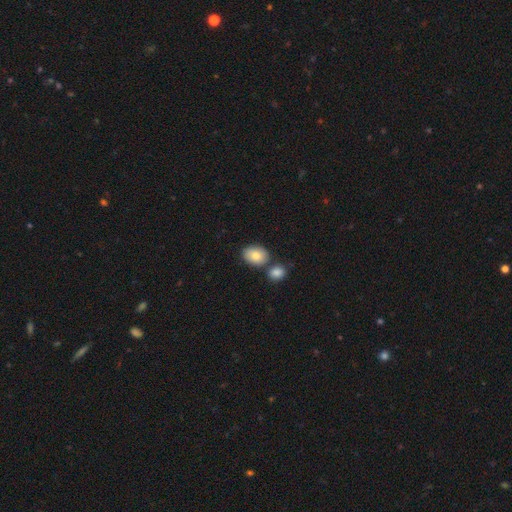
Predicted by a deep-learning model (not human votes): Q: Smooth or featured?
A: smooth (84%); runner-up: featured or disk (9%)
Q: How rounded?
A: in between (73%); runner-up: round (26%)
Q: Merging?
A: none (64%); runner-up: merger (21%)